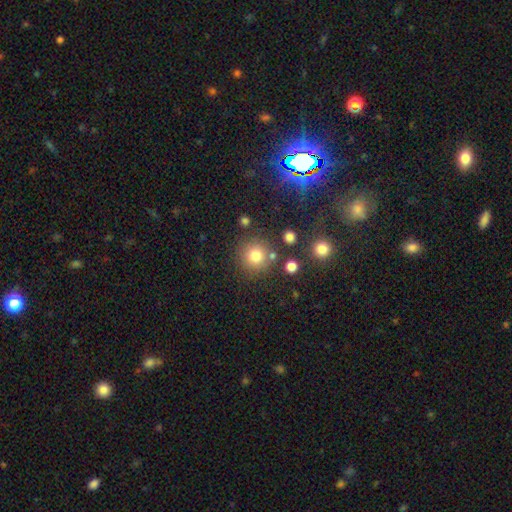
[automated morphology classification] Smooth or featured: smooth — 78% (star or artifact — 14%)
How rounded: round — 93% (in between — 6%)
Merging: none — 79% (minor disturbance — 9%)